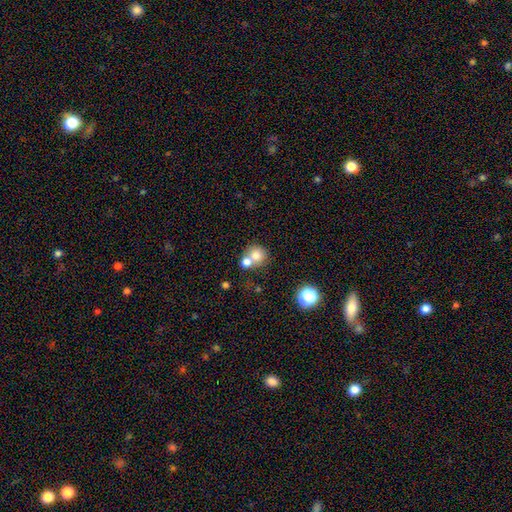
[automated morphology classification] Smooth or featured?
  - smooth: 73% *
  - featured or disk: 15%
  - star or artifact: 11%
How rounded?
  - round: 82% *
  - in between: 17%
  - cigar-shaped: 1%
Merging?
  - merger: 53% *
  - none: 37%
  - minor disturbance: 7%
  - major disturbance: 3%